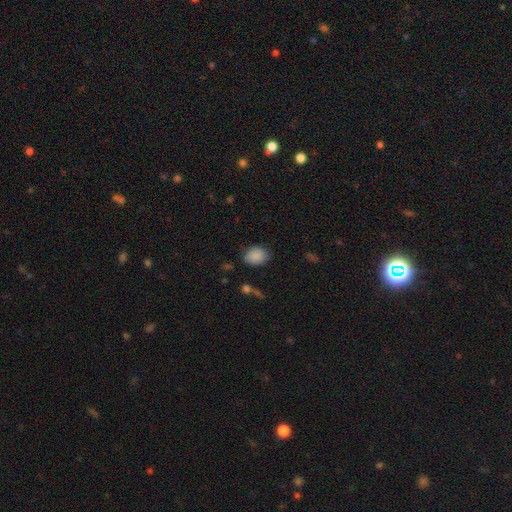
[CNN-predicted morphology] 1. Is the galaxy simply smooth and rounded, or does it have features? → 88% smooth, 8% star or artifact, 4% featured or disk.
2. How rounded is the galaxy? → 61% in between, 38% round, 1% cigar-shaped.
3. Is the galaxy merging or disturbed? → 77% none, 17% minor disturbance, 4% major disturbance, 2% merger.